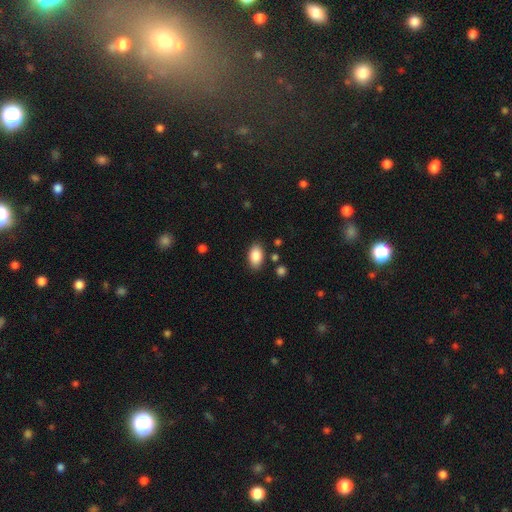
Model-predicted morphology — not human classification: A smooth galaxy with no disk features (87%) that is in between round and cigar-shaped (92%).

Vote fractions:
- Smooth or featured? smooth: 87% / star or artifact: 7% / featured or disk: 6%
- How rounded? in between: 92% / round: 6% / cigar-shaped: 2%
- Merging? none: 84% / minor disturbance: 11% / major disturbance: 3% / merger: 3%